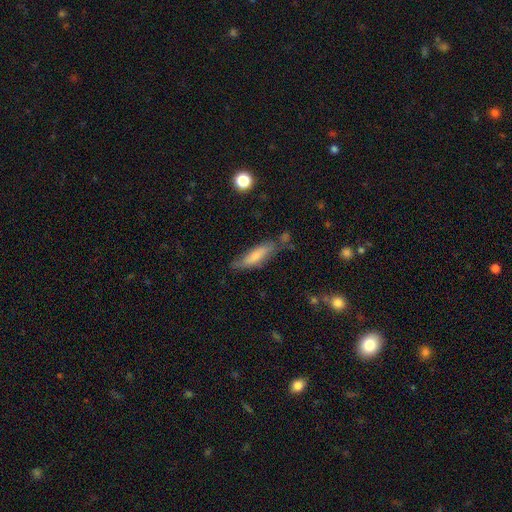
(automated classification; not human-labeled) smooth-or-featured: smooth: 69% | featured or disk: 25% | star or artifact: 6%
  how-rounded: cigar-shaped: 61% | in between: 37% | round: 2%
  merging: none: 62% | minor disturbance: 25% | major disturbance: 7% | merger: 6%